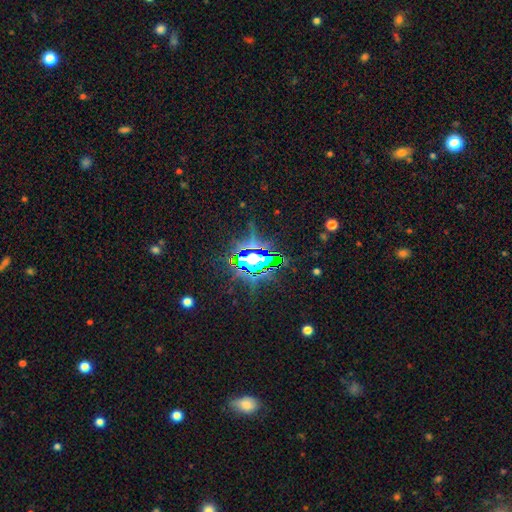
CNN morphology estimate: Overall: star or artifact (83%).